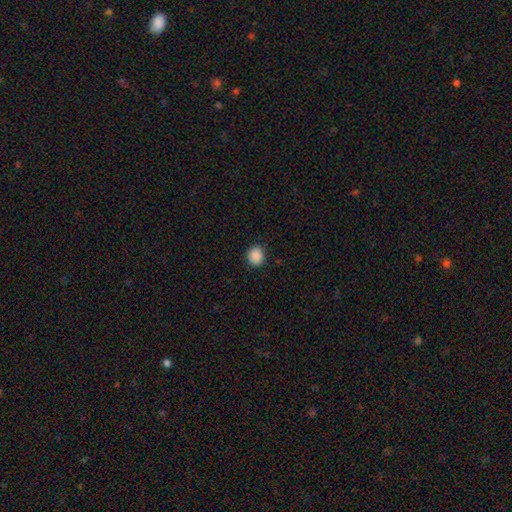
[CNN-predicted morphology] Q: Smooth or featured?
A: smooth (89%); runner-up: star or artifact (9%)
Q: How rounded?
A: round (79%); runner-up: in between (20%)
Q: Merging?
A: none (89%); runner-up: minor disturbance (7%)